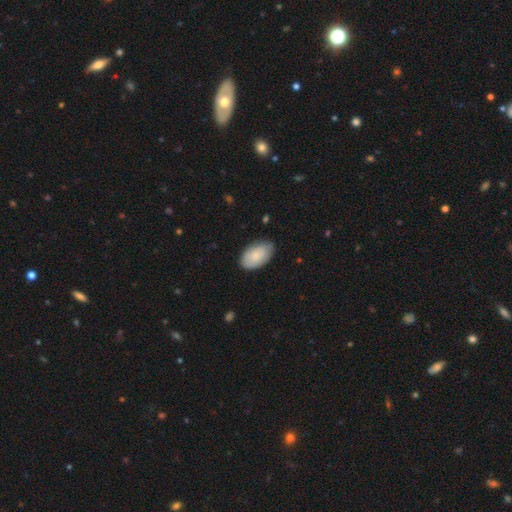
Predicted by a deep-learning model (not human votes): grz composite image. It shows a smooth galaxy with no disk features (79%) that is in between round and cigar-shaped (95%). Merging: none (80%).